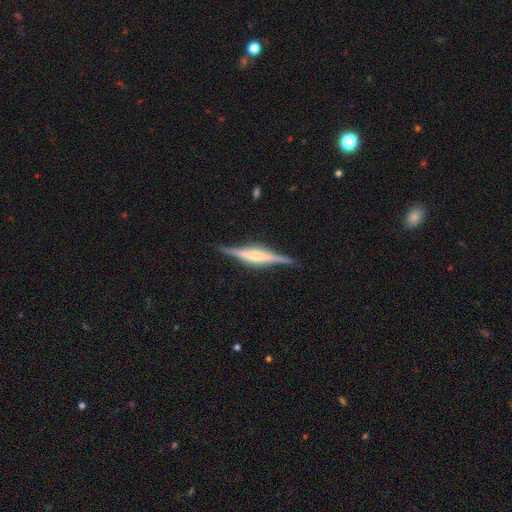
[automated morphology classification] Smooth or featured? featured or disk (79%)
Edge-on disk? yes (97%)
Edge-on bulge? rounded (54%)
Merging? none (86%)